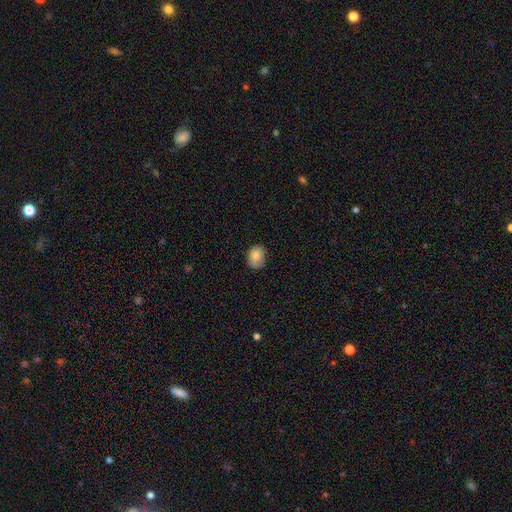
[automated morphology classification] Overall: smooth (82%). How rounded: round (56%; in between 43%). Merging: none (70%).